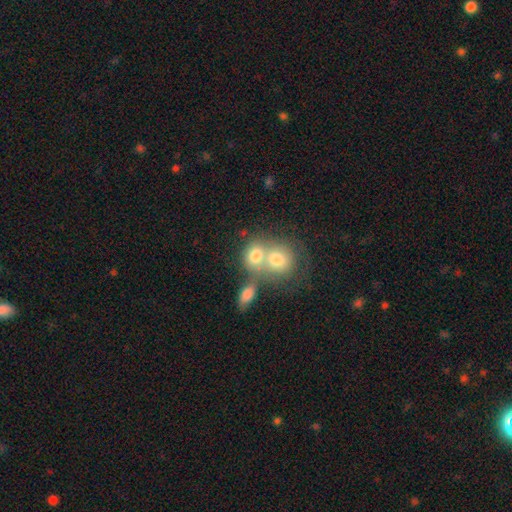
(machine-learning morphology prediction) Q: Smooth or featured?
A: smooth (73%); runner-up: featured or disk (16%)
Q: How rounded?
A: round (60%); runner-up: in between (39%)
Q: Merging?
A: merger (60%); runner-up: none (27%)